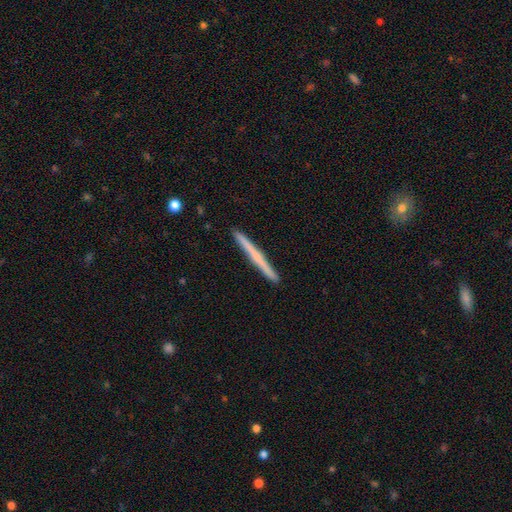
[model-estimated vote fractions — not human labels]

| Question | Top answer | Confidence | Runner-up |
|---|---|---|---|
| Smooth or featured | featured or disk | 50% | smooth (45%) |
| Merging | none | 93% | minor disturbance (5%) |